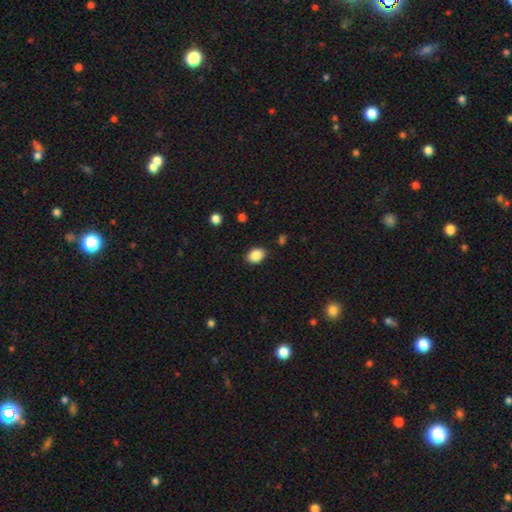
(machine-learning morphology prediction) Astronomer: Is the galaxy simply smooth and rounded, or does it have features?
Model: smooth — 88%.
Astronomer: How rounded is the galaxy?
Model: in between — 68%.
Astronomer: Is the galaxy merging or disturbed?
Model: none — 86%.